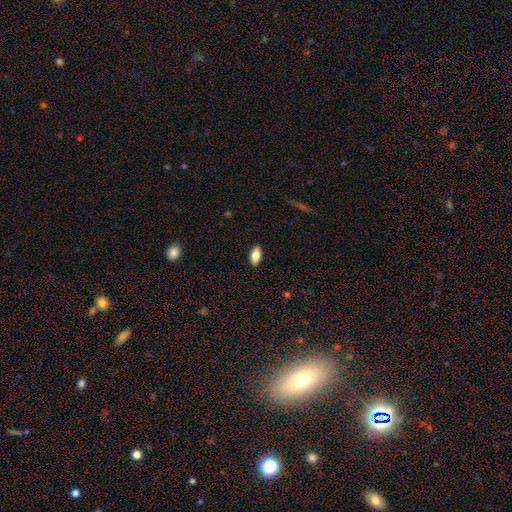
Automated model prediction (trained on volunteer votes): smooth 83%, featured or disk 10%, star or artifact 7%. Down the decision tree: how rounded — in between (90%); merging — none (89%).